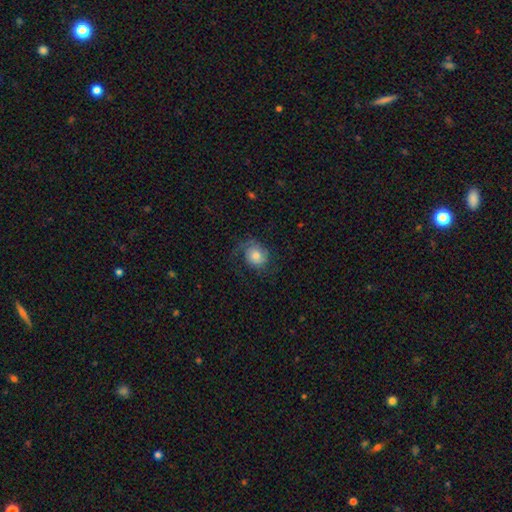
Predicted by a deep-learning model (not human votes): Overall: smooth (48%; featured or disk 43%). Merging: none (58%; major disturbance 20%).